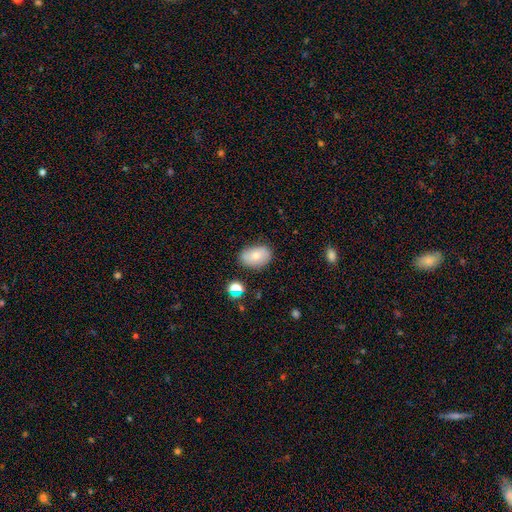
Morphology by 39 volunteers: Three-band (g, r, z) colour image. It shows a smooth galaxy with no disk features (74%) that is in between round and cigar-shaped (90%). Merging: none (83%).